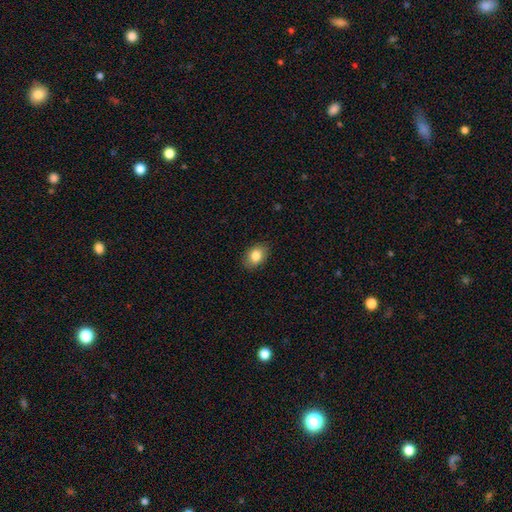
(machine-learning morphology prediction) Smooth or featured? Predicted: smooth (p=0.84). How rounded? Predicted: in between (p=0.74). Merging? Predicted: none (p=0.88).